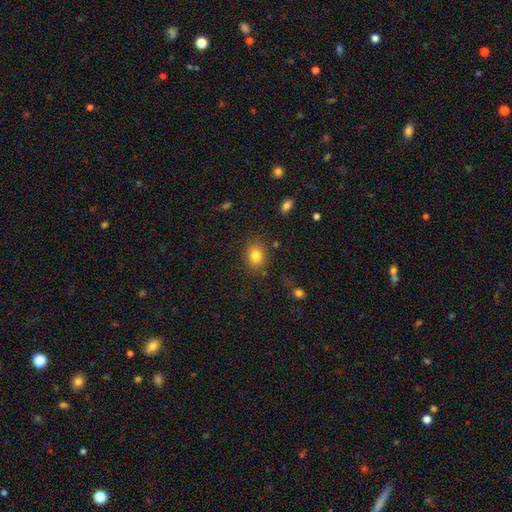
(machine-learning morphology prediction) Overall: smooth (82%). How rounded: in between (51%; round 48%). Merging: none (83%).